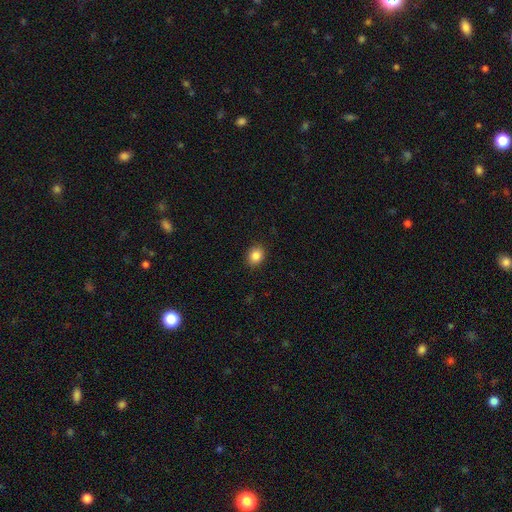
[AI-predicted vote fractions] smooth 86%, star or artifact 9%, featured or disk 5%. Down the decision tree: how rounded — round (54%); merging — none (90%).